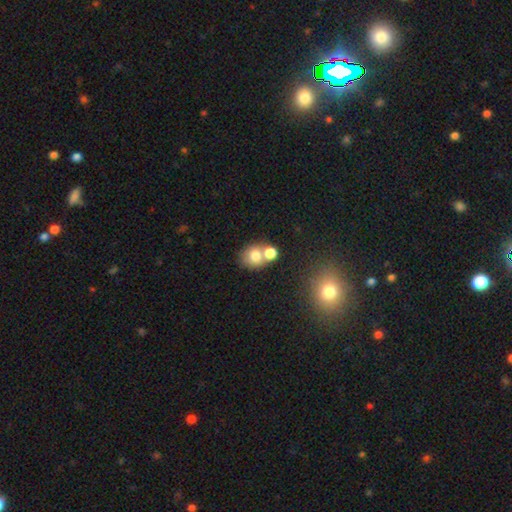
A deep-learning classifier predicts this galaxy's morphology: Smooth or featured? smooth (77%)
How rounded? round (71%)
Merging? merger (49%)